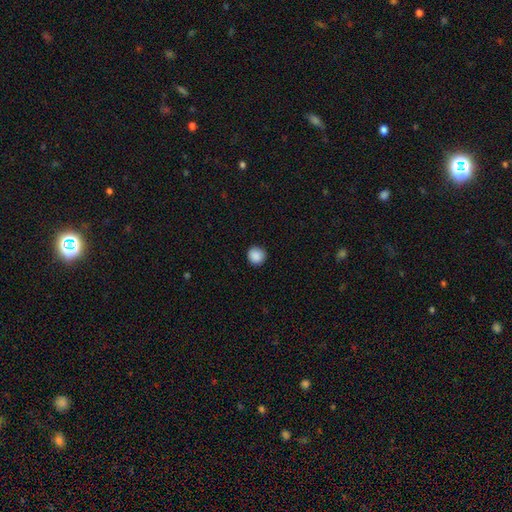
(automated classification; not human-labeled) smooth-or-featured: smooth: 88% | star or artifact: 9% | featured or disk: 3%
  how-rounded: round: 93% | in between: 6% | cigar-shaped: 1%
  merging: none: 90% | minor disturbance: 7% | major disturbance: 2% | merger: 1%